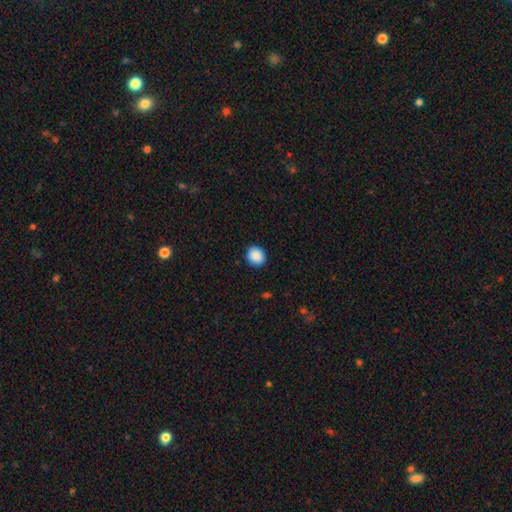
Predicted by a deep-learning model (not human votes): This is clearly a smooth galaxy (89%). How rounded: likely round (78%). Merging: clearly none (91%).